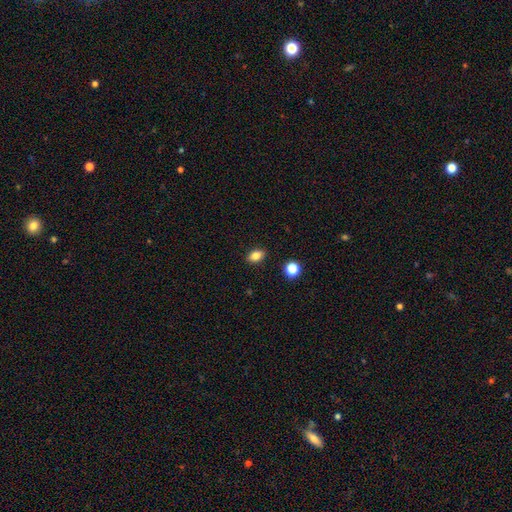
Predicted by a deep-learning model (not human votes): The model was most divided on "how rounded": in between: 81%, round: 17%, cigar-shaped: 2%. More confident: merging — none (89%); smooth or featured — smooth (84%).